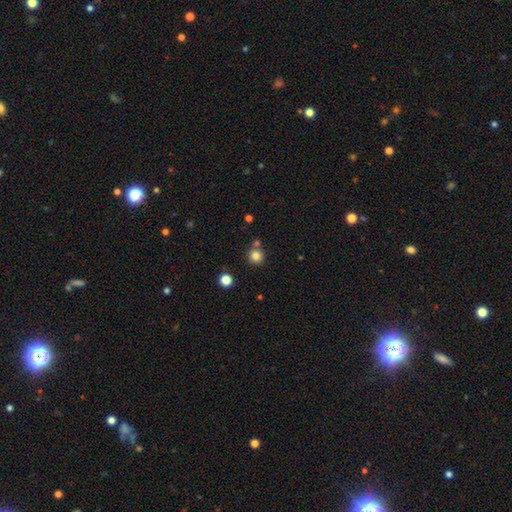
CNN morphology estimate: This is clearly a smooth galaxy (82%). How rounded: clearly round (94%). Merging: likely none (74%).